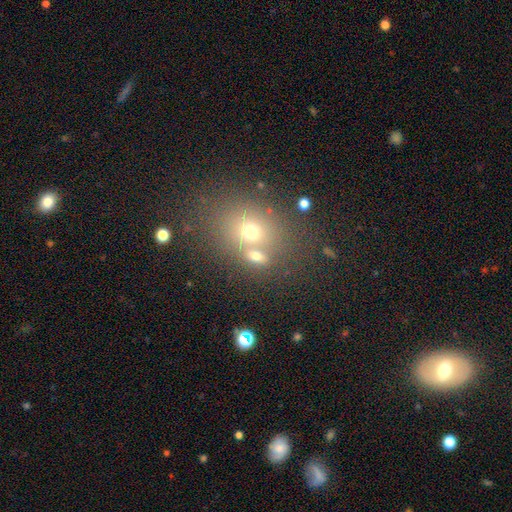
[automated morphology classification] This appears to be a smooth galaxy with no disk features (67%) that is in between round and cigar-shaped (59%). Merging: none (49%).